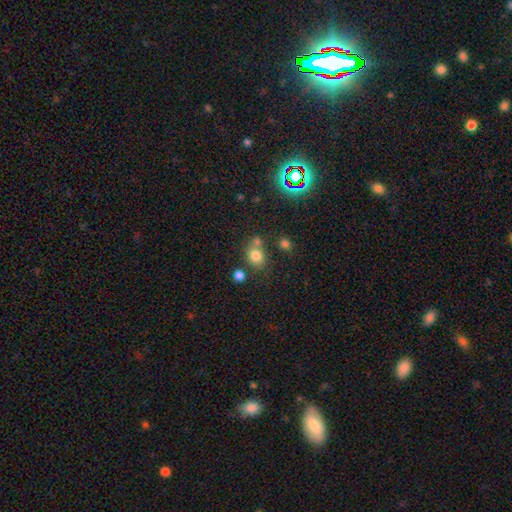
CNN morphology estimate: Smooth or featured? smooth (78%)
How rounded? round (66%)
Merging? none (59%)